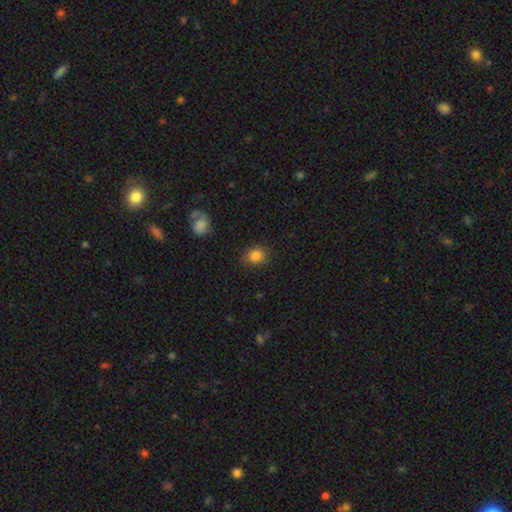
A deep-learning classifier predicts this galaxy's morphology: Smooth or featured: smooth — 84% (star or artifact — 11%)
How rounded: round — 67% (in between — 32%)
Merging: none — 84% (minor disturbance — 12%)